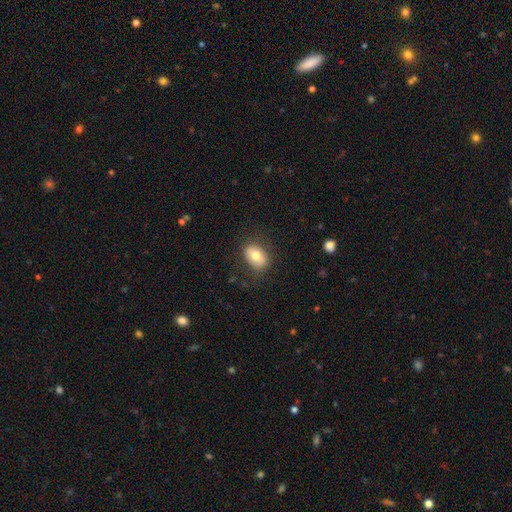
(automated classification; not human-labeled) Morphology: type=smooth (72%); roundness=in between (73%); merging=none (79%).